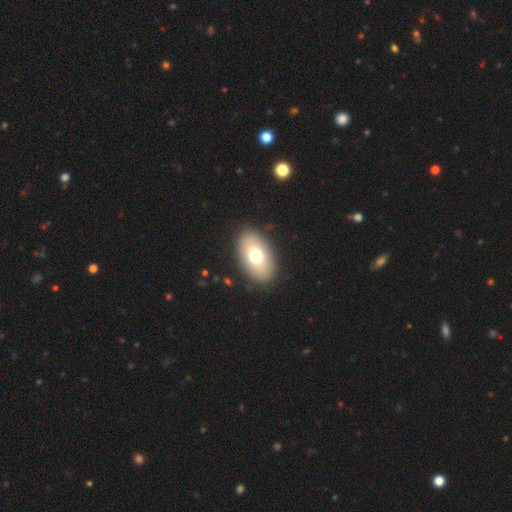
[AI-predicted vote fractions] A smooth galaxy with no disk features (72%) that is in between round and cigar-shaped (92%).

Vote fractions:
- Smooth or featured? smooth: 72% / featured or disk: 20% / star or artifact: 8%
- How rounded? in between: 92% / round: 7% / cigar-shaped: 2%
- Merging? none: 89% / minor disturbance: 7% / major disturbance: 3% / merger: 1%